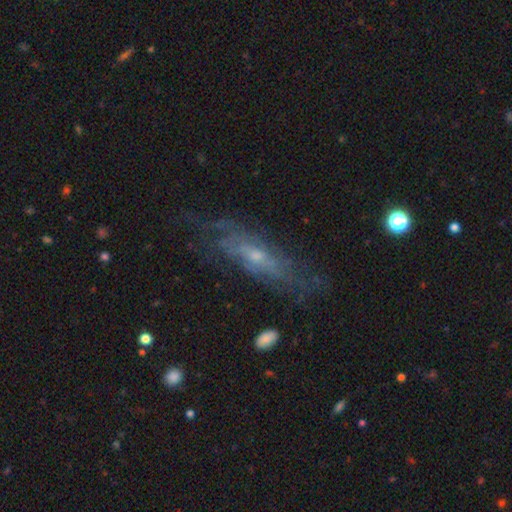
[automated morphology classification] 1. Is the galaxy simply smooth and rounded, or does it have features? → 66% featured or disk, 21% smooth, 13% star or artifact.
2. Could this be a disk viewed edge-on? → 61% no, 39% yes.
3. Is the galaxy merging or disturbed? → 70% none, 19% minor disturbance, 10% major disturbance, 2% merger.